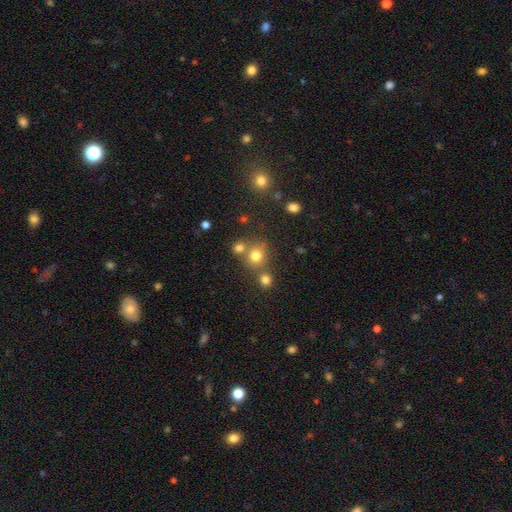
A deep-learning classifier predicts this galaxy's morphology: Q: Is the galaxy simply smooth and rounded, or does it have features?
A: smooth — 75%.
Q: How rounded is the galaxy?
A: round — 83%.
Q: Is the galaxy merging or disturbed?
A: none — 60%.